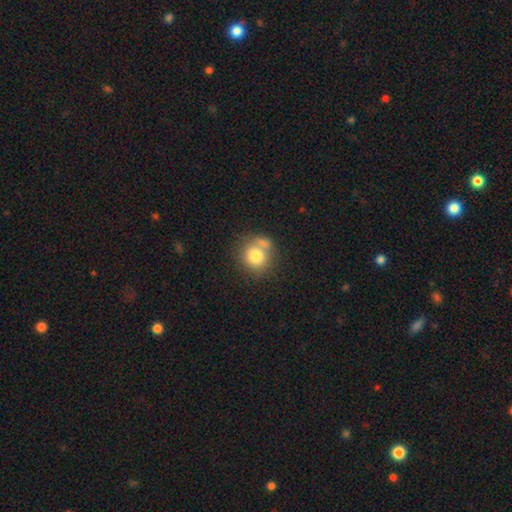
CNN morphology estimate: The model was most divided on "merging": none: 51%, merger: 30%, minor disturbance: 13%, major disturbance: 5%. More confident: how rounded — round (85%); smooth or featured — smooth (77%).